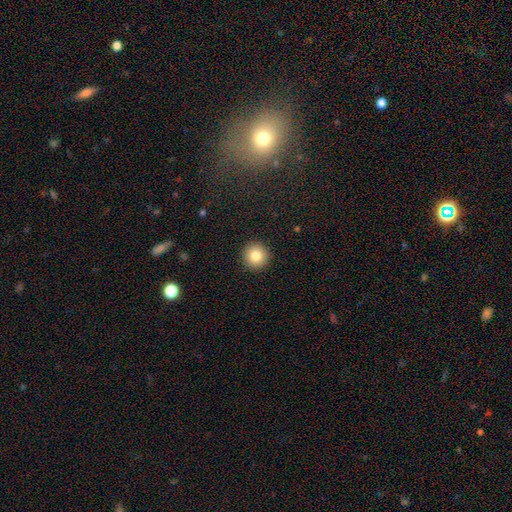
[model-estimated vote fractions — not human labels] Smooth or featured: smooth — 82% (star or artifact — 10%)
How rounded: round — 95% (in between — 4%)
Merging: none — 93% (minor disturbance — 5%)